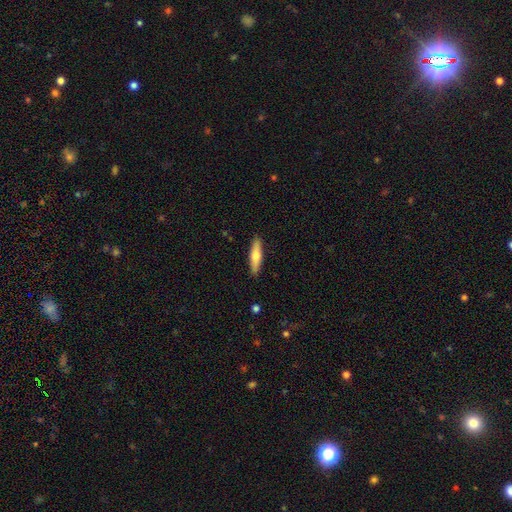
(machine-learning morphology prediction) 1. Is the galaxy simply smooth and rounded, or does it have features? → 64% smooth, 30% featured or disk, 6% star or artifact.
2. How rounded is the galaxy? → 68% cigar-shaped, 30% in between, 2% round.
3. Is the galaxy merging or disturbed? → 90% none, 7% minor disturbance, 2% major disturbance, 1% merger.